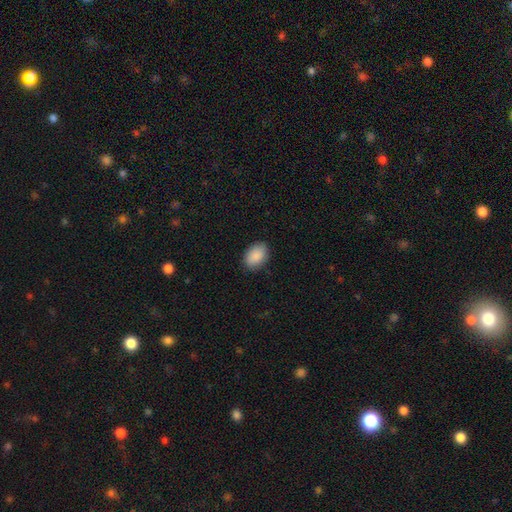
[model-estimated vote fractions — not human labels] Morphology: type=smooth (90%); roundness=in between (84%); merging=none (86%).